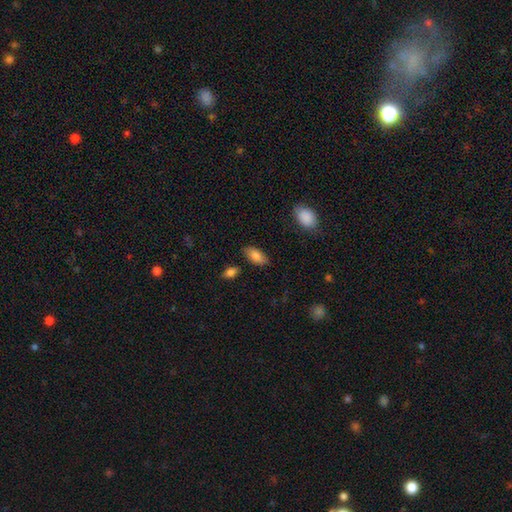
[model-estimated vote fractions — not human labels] smooth 83%, featured or disk 10%, star or artifact 7%. Down the decision tree: how rounded — in between (92%); merging — none (83%).